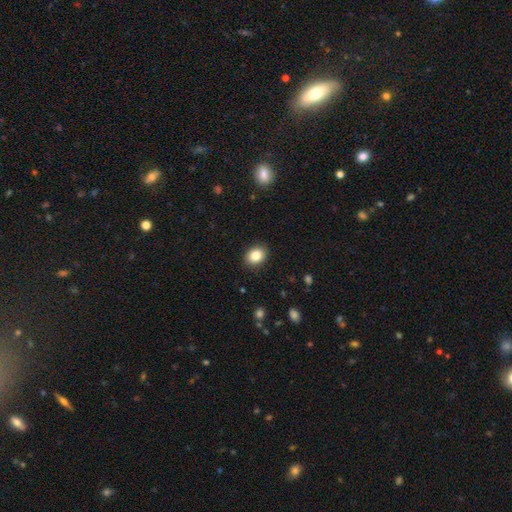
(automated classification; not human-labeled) This is clearly a smooth galaxy (84%). How rounded: possibly in between (58%). Merging: clearly none (89%).